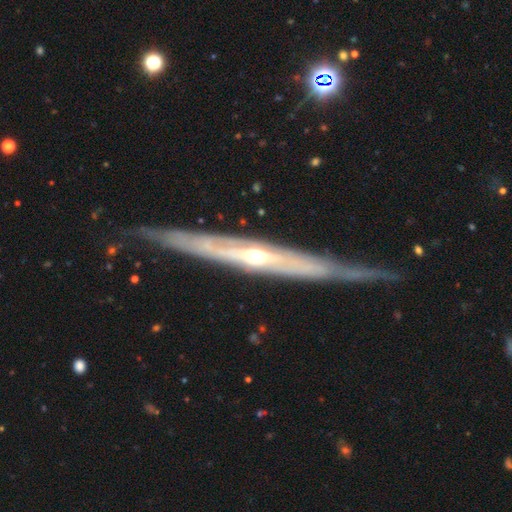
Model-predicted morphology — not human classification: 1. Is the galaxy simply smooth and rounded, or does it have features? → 84% featured or disk, 11% smooth, 5% star or artifact.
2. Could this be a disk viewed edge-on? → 82% yes, 18% no.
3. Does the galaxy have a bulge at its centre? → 76% rounded, 19% none, 5% boxy.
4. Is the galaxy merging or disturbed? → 71% none, 20% minor disturbance, 7% major disturbance, 2% merger.